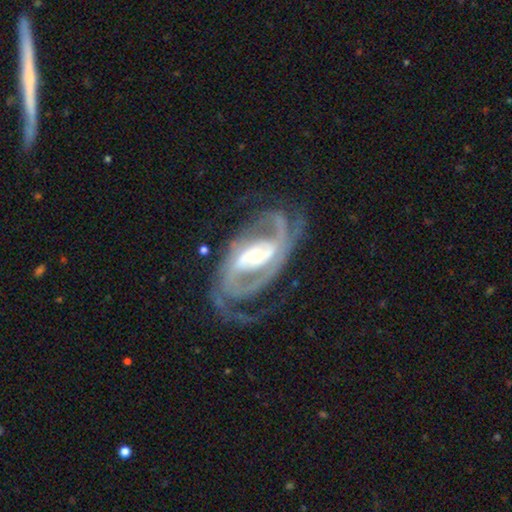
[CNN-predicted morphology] featured or disk 92%, star or artifact 4%, smooth 3%. Down the decision tree: edge-on disk — no (96%); bar — strong (44%); spiral arms — yes (97%); spiral arm count — 2 (58%); spiral winding — medium (47%); bulge size — moderate (54%); merging — none (65%).